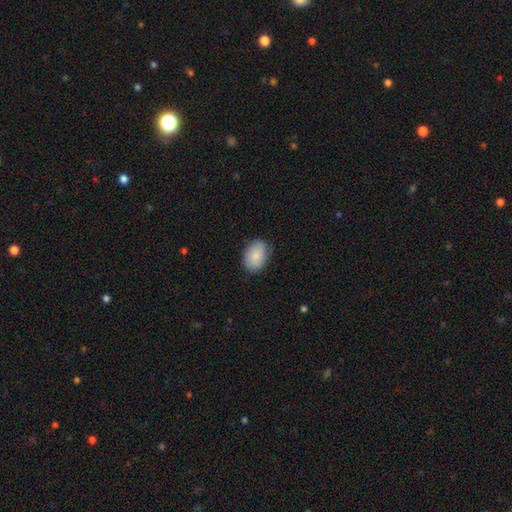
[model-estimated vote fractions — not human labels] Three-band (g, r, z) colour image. It shows a smooth galaxy with no disk features (84%) that is in between round and cigar-shaped (81%). Merging: none (78%).